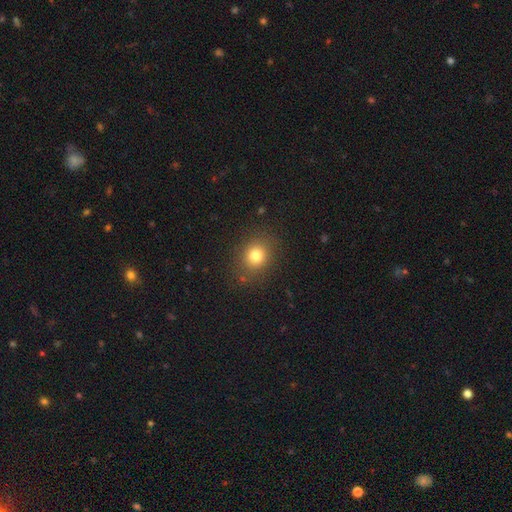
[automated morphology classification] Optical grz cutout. It shows a smooth galaxy with no disk features (79%) that is round (70%). Merging: none (85%).